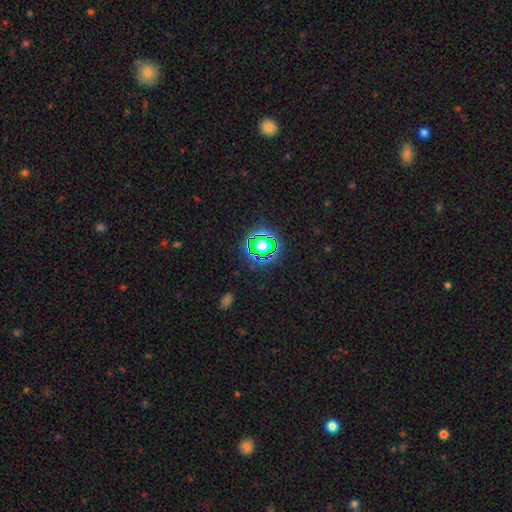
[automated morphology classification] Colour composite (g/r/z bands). It shows a star or artifact, not a galaxy (70%).